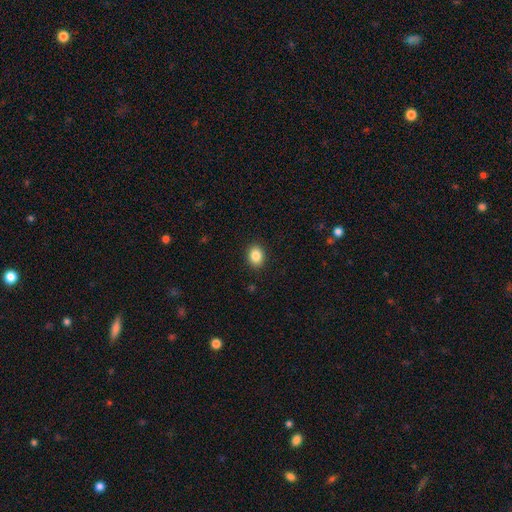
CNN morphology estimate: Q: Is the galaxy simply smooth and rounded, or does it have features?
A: smooth — 86%.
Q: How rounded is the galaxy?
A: in between — 55%.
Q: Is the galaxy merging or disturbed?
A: none — 90%.